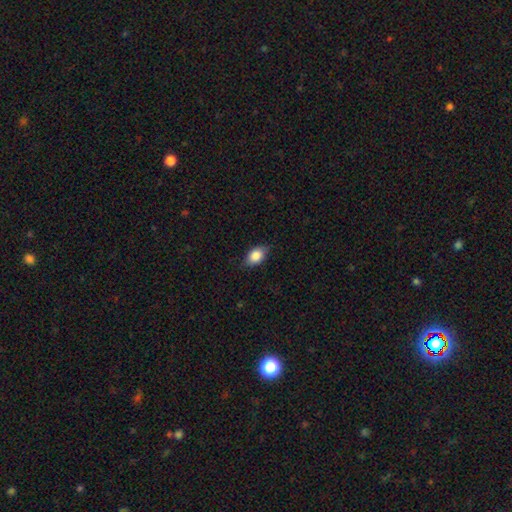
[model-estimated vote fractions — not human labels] smooth_or_featured: smooth (p=0.85) [alt: featured or disk p=0.08]
how_rounded: in between (p=0.86) [alt: round p=0.12]
merging: none (p=0.79) [alt: minor disturbance p=0.17]